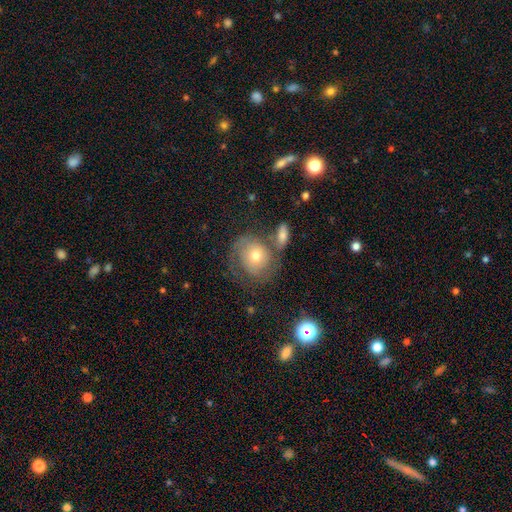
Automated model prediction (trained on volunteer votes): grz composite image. It shows a featured or disk galaxy (51%). Merging: none (46%).